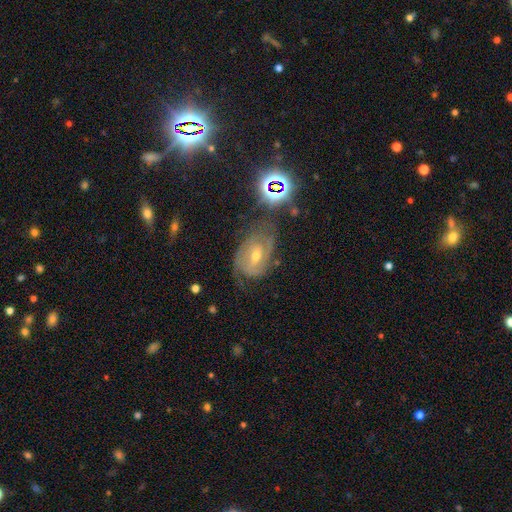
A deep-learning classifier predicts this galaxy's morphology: smooth-or-featured: featured or disk: 72% | star or artifact: 16% | smooth: 13%
  disk-edge-on: no: 96% | yes: 4%
    bar: weak: 45% | no: 36% | strong: 19%
    has-spiral-arms: yes: 88% | no: 12%
      spiral-winding: tight: 52% | medium: 37% | loose: 12%
      spiral-arm-count: 2: 45% | can't tell: 30% | 3: 13% | 1: 6% | 4: 3% | more than 4: 3%
    bulge-size: moderate: 50% | small: 47% | large: 1% | none: 1% | dominant: 1%
  merging: none: 57% | minor disturbance: 25% | major disturbance: 15% | merger: 3%